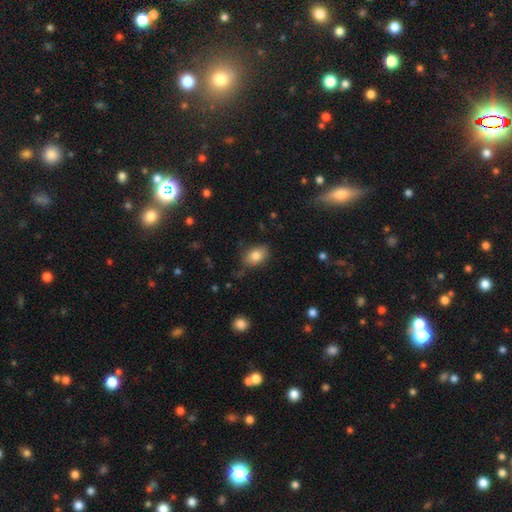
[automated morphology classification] This is clearly a smooth galaxy (82%). How rounded: clearly in between (81%). Merging: likely none (72%).